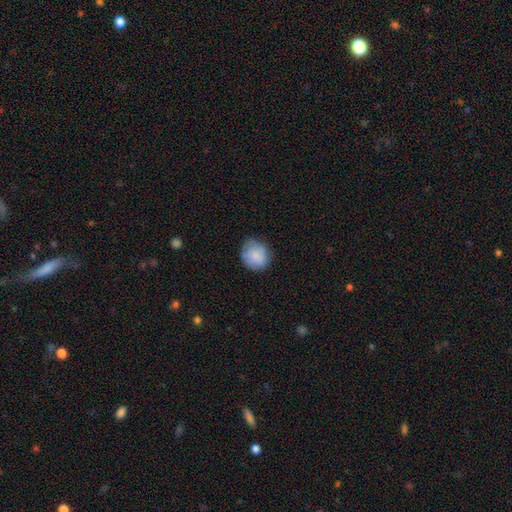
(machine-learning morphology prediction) Smooth or featured?
  - smooth: 85% *
  - star or artifact: 7%
  - featured or disk: 7%
How rounded?
  - round: 79% *
  - in between: 20%
  - cigar-shaped: 1%
Merging?
  - none: 72% *
  - minor disturbance: 22%
  - major disturbance: 5%
  - merger: 1%